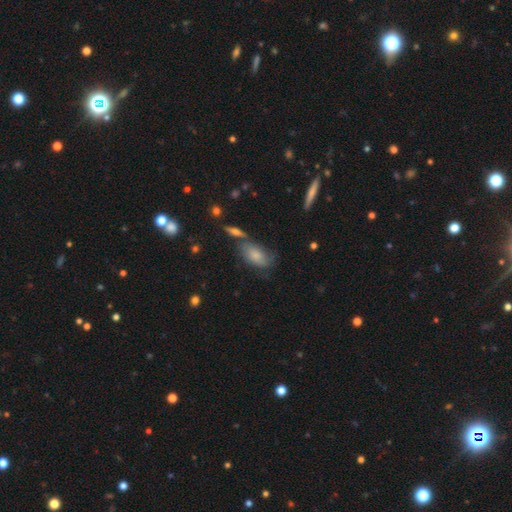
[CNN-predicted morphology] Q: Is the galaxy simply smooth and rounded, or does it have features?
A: smooth — 69%.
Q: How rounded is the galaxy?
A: in between — 90%.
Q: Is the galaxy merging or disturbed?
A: none — 53%.